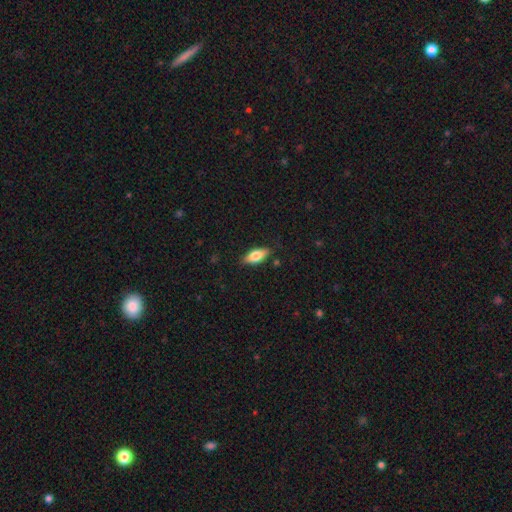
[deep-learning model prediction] Q: Smooth or featured?
A: smooth (76%); runner-up: featured or disk (17%)
Q: How rounded?
A: in between (84%); runner-up: cigar-shaped (14%)
Q: Merging?
A: none (83%); runner-up: minor disturbance (13%)